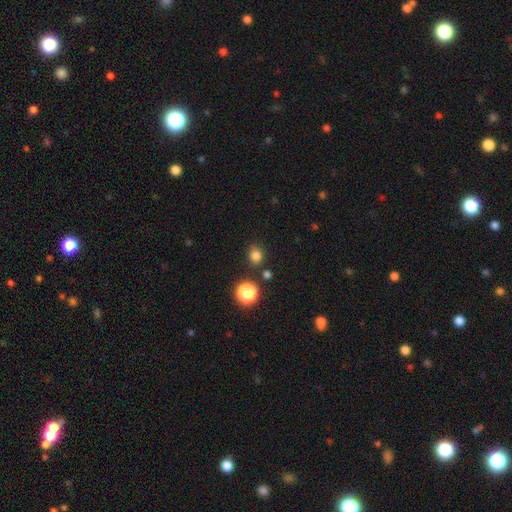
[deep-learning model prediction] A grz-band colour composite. It shows a smooth galaxy with no disk features (79%) that is round (75%). Merging: none (81%).